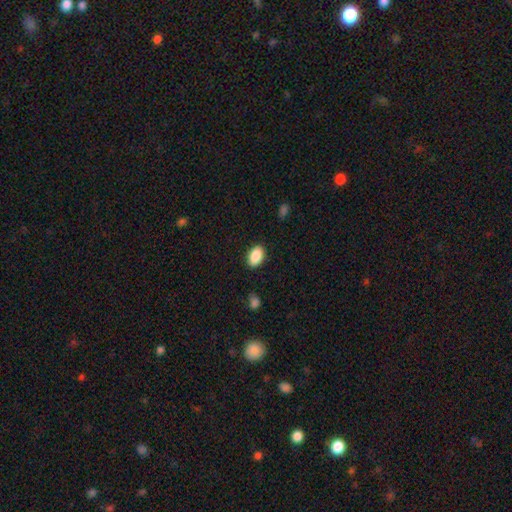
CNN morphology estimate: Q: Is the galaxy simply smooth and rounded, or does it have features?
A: smooth — 89%.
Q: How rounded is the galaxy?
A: in between — 91%.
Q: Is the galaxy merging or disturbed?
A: none — 87%.